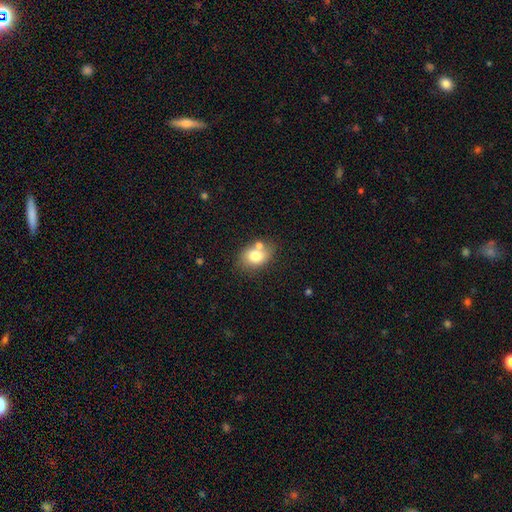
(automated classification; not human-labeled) Smooth or featured? smooth (75%)
How rounded? in between (65%)
Merging? none (59%)